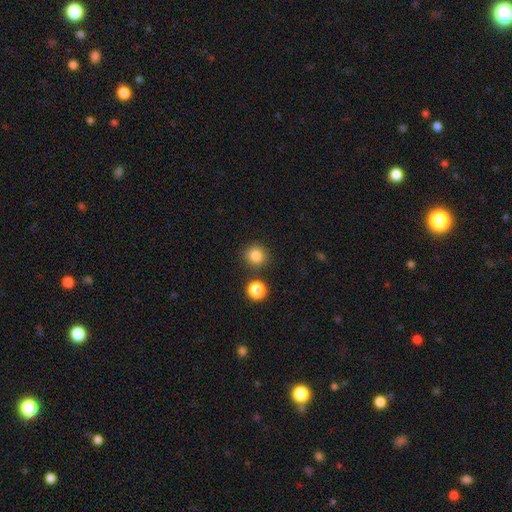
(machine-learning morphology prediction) Smooth or featured? Predicted: smooth (p=0.83). How rounded? Predicted: round (p=0.89). Merging? Predicted: none (p=0.84).